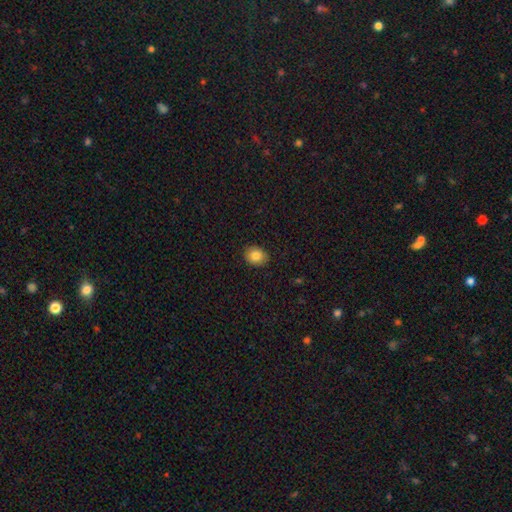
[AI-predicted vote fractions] Smooth or featured? Predicted: smooth (p=0.84). How rounded? Predicted: round (p=0.59). Merging? Predicted: none (p=0.89).